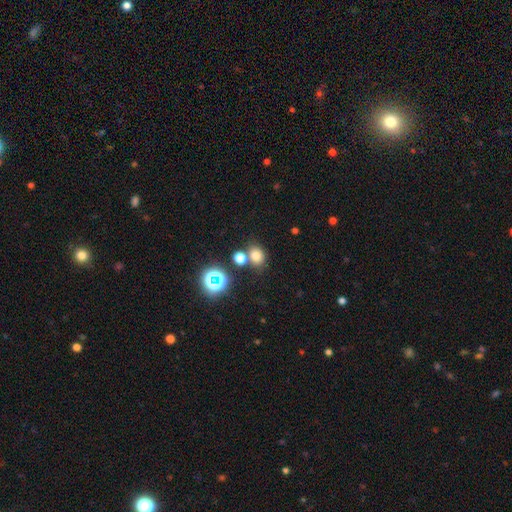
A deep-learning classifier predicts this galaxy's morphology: Q: Smooth or featured?
A: smooth (73%); runner-up: star or artifact (20%)
Q: How rounded?
A: round (58%); runner-up: in between (41%)
Q: Merging?
A: none (64%); runner-up: merger (22%)